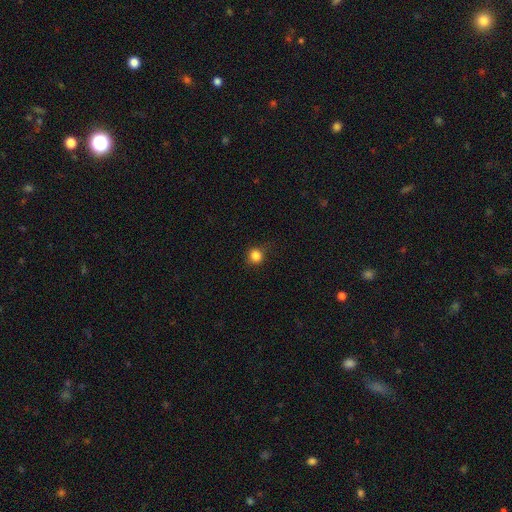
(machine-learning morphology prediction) The model was most divided on "merging": none: 82%, minor disturbance: 13%, major disturbance: 4%, merger: 1%. More confident: how rounded — round (91%); smooth or featured — smooth (84%).